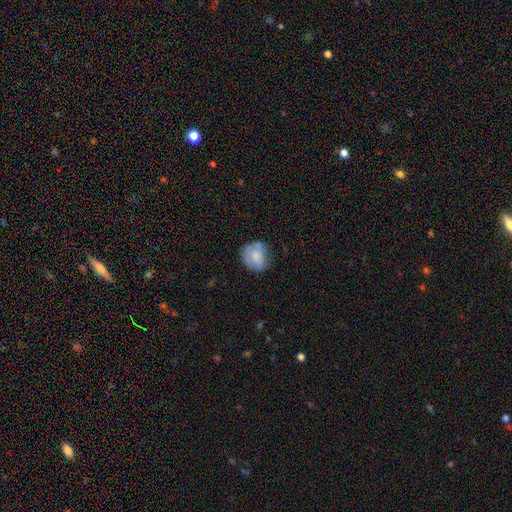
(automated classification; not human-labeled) Smooth or featured?
  - smooth: 66% *
  - featured or disk: 27%
  - star or artifact: 8%
How rounded?
  - round: 69% *
  - in between: 30%
  - cigar-shaped: 1%
Merging?
  - none: 58% *
  - minor disturbance: 29%
  - major disturbance: 11%
  - merger: 3%